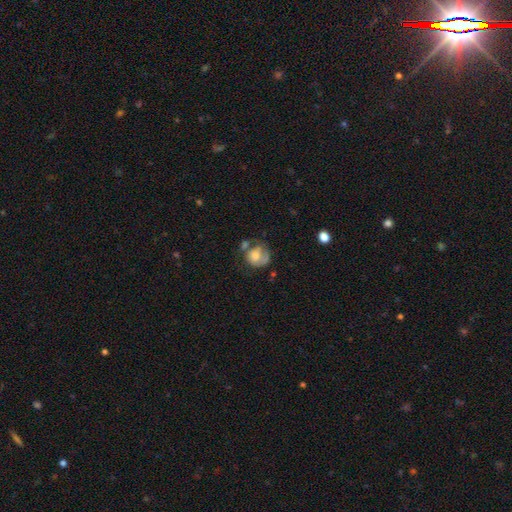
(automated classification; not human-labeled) Smooth or featured? Predicted: smooth (p=0.55). How rounded? Predicted: round (p=0.70). Merging? Predicted: none (p=0.33).